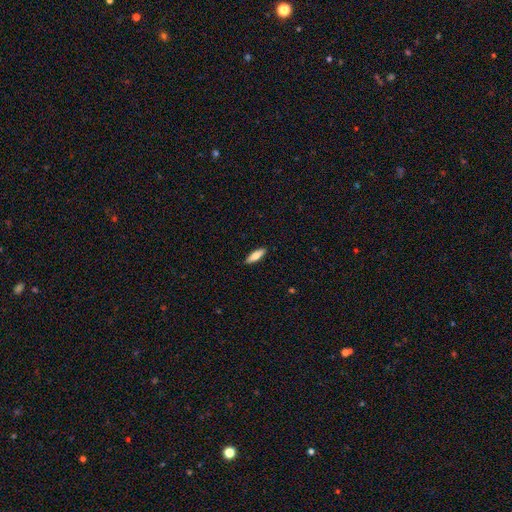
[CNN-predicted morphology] Smooth or featured?
  - smooth: 71% *
  - featured or disk: 23%
  - star or artifact: 6%
How rounded?
  - cigar-shaped: 50% *
  - in between: 48%
  - round: 2%
Merging?
  - none: 89% *
  - minor disturbance: 8%
  - major disturbance: 2%
  - merger: 1%